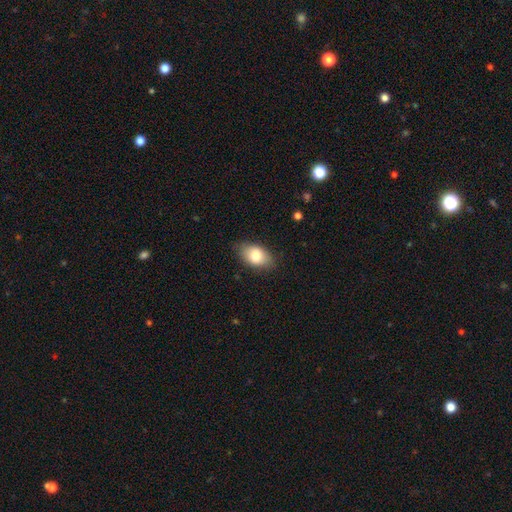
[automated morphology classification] This is likely a smooth galaxy (80%). How rounded: clearly in between (89%). Merging: clearly none (81%).